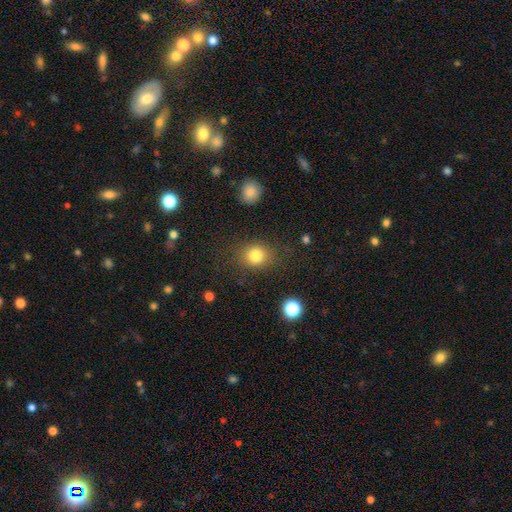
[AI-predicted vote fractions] Morphology: type=smooth (83%); roundness=round (69%); merging=none (78%).